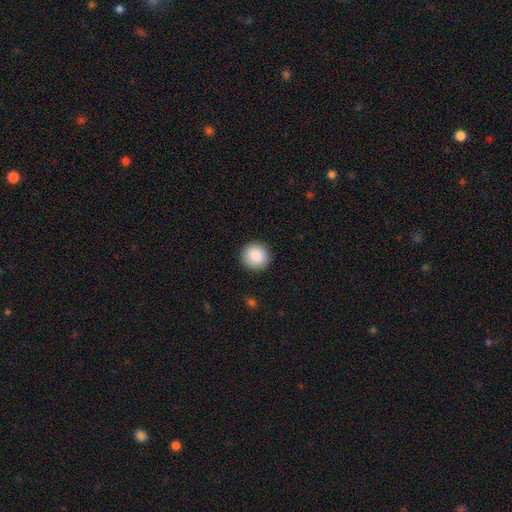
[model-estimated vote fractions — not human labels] Morphology: type=smooth (89%); roundness=round (93%); merging=none (92%).